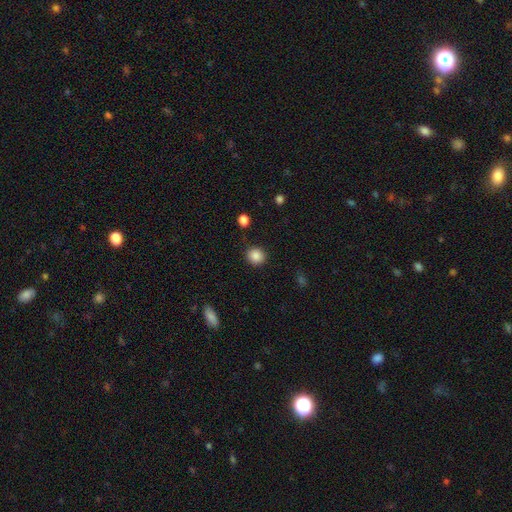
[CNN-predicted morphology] Overall: smooth (87%). How rounded: round (88%). Merging: none (89%).